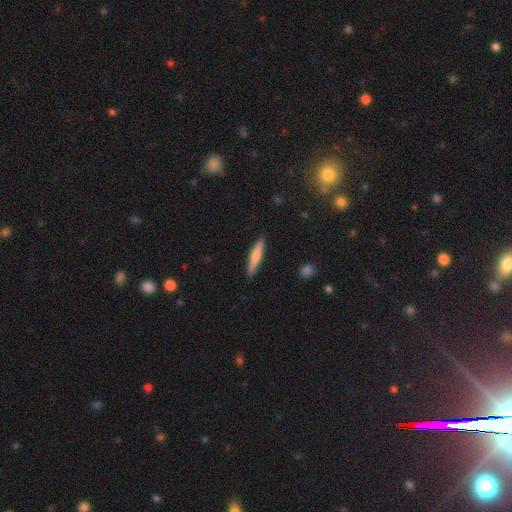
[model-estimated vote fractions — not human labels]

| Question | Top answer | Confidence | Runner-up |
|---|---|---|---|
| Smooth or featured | smooth | 62% | featured or disk (32%) |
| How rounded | cigar-shaped | 88% | in between (11%) |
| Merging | none | 89% | minor disturbance (8%) |